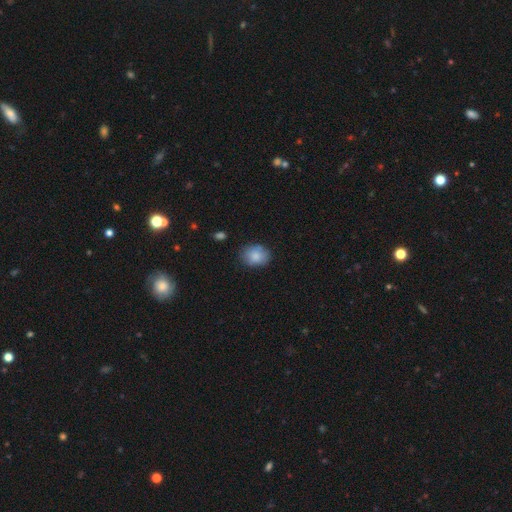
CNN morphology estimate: This is clearly a smooth galaxy (84%). How rounded: possibly in between (58%). Merging: likely none (77%).